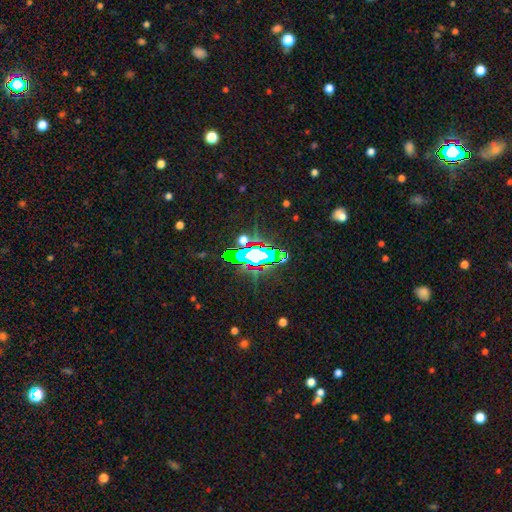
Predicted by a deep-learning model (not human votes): Smooth or featured? Predicted: star or artifact (p=0.62).